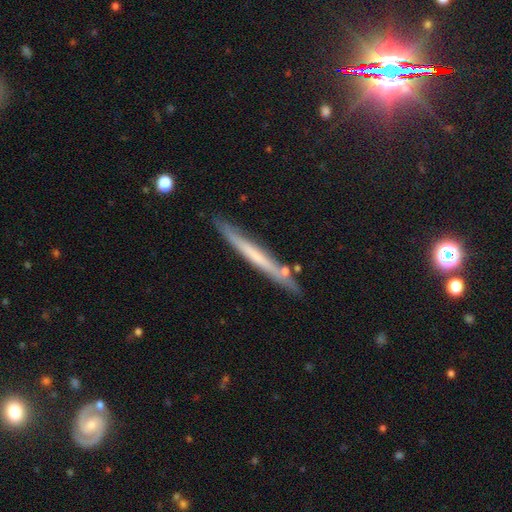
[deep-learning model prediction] The model was most divided on "smooth or featured": featured or disk: 47%, smooth: 46%, star or artifact: 7%. More confident: merging — none (84%).